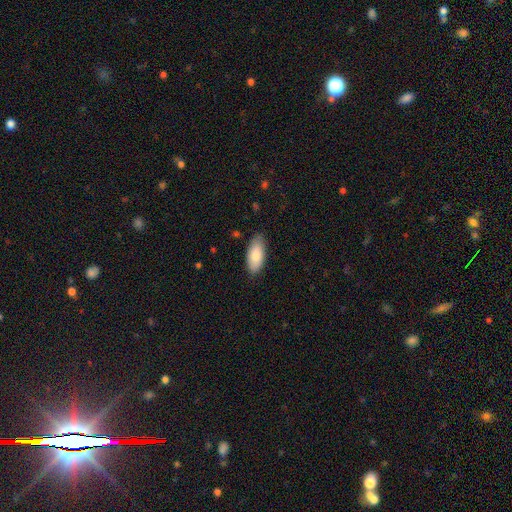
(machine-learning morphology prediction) smooth 83%, featured or disk 11%, star or artifact 6%. Down the decision tree: how rounded — in between (89%); merging — none (82%).